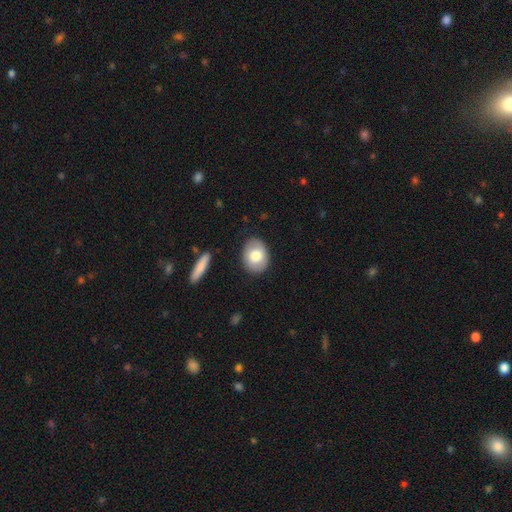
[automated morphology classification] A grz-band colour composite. It shows a smooth galaxy with no disk features (74%) that is in between round and cigar-shaped (69%). Merging: none (87%).